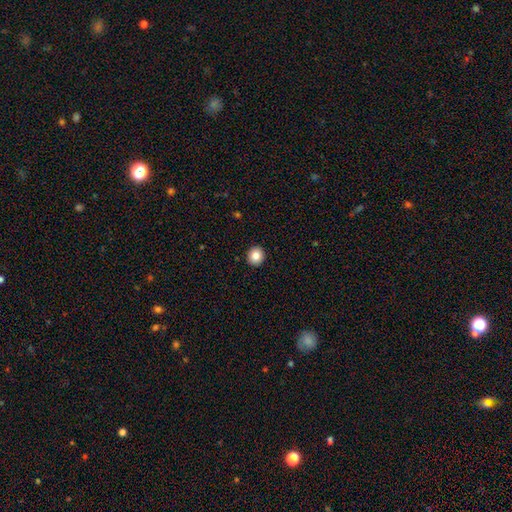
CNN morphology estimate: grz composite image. It shows a smooth galaxy with no disk features (85%) that is round (90%). Merging: none (93%).